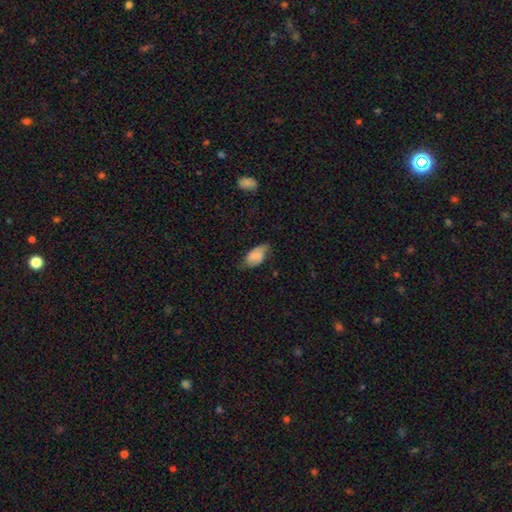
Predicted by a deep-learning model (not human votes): Morphology: type=smooth (68%); roundness=in between (93%); merging=none (56%).